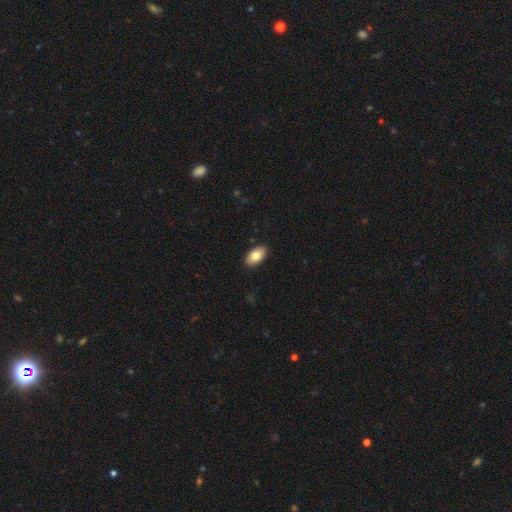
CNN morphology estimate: Smooth or featured? smooth (80%)
How rounded? in between (94%)
Merging? none (90%)